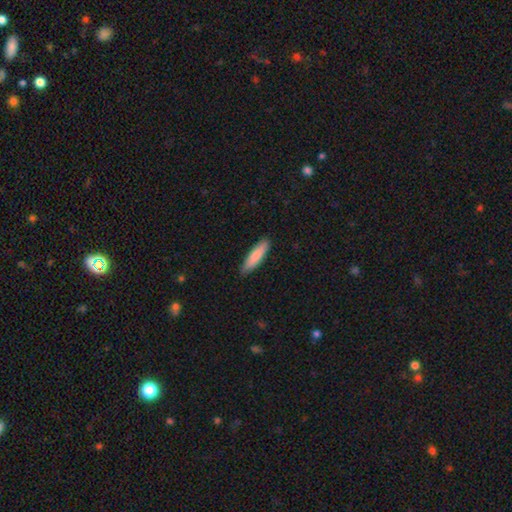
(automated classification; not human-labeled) Smooth or featured? Predicted: smooth (p=0.83). How rounded? Predicted: cigar-shaped (p=0.74). Merging? Predicted: none (p=0.88).